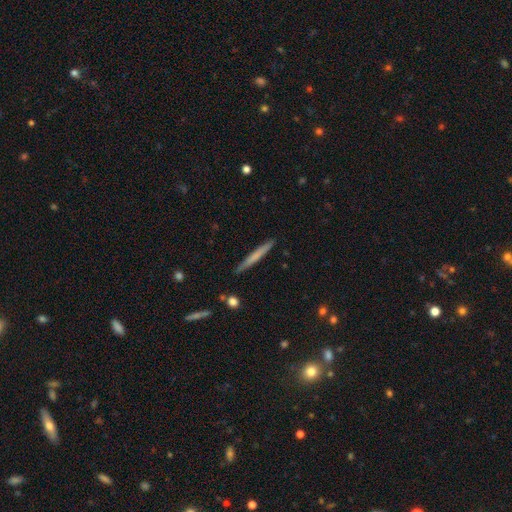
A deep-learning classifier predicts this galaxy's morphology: smooth 60%, featured or disk 34%, star or artifact 5%. Down the decision tree: how rounded — cigar-shaped (97%); merging — none (90%).